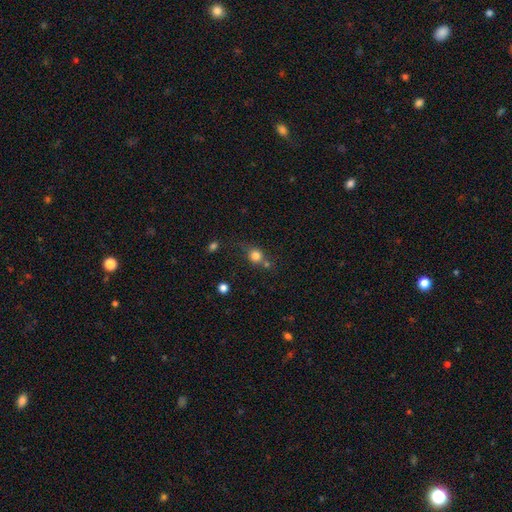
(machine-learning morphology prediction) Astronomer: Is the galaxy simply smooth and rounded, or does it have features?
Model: smooth — 80%.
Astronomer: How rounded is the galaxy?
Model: round — 81%.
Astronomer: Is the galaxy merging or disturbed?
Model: none — 56%.